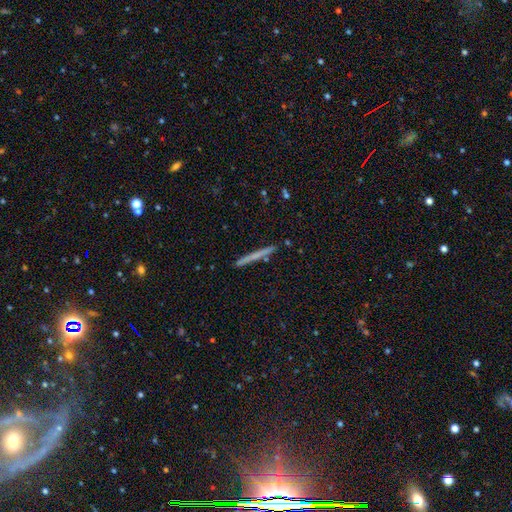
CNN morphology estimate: Overall: smooth (52%; featured or disk 41%). How rounded: cigar-shaped (96%). Merging: none (91%).